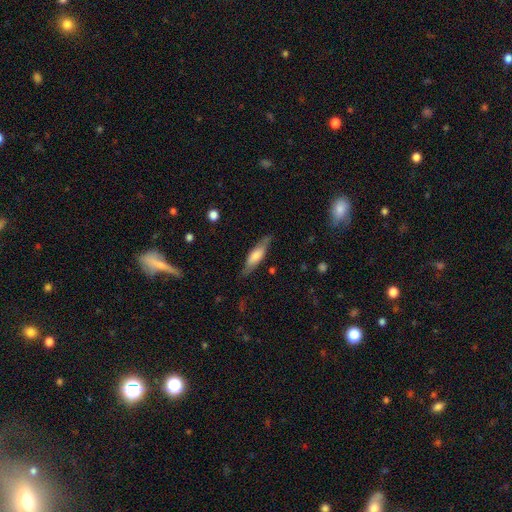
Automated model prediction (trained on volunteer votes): This is possibly a smooth galaxy (59%). How rounded: likely cigar-shaped (61%). Merging: likely none (79%).